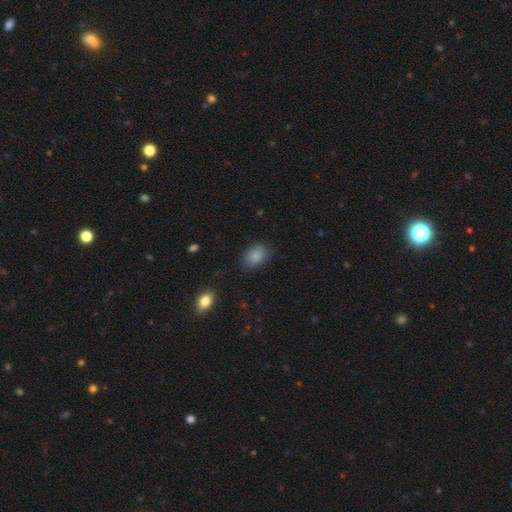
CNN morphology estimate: Smooth or featured?
  - smooth: 87% *
  - star or artifact: 8%
  - featured or disk: 5%
How rounded?
  - in between: 80% *
  - round: 19%
  - cigar-shaped: 1%
Merging?
  - none: 79% *
  - minor disturbance: 16%
  - major disturbance: 4%
  - merger: 1%